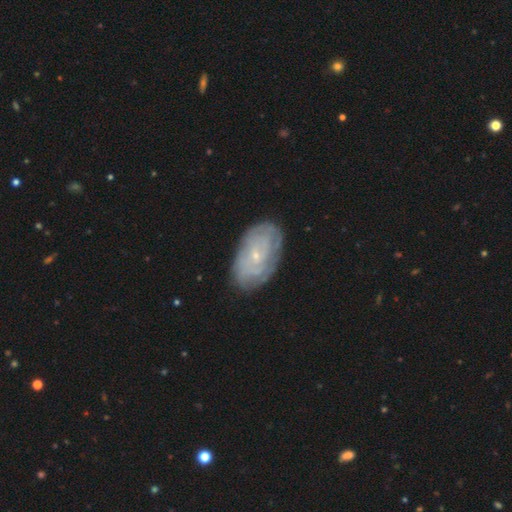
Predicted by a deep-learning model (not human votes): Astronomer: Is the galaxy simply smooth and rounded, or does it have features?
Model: featured or disk — 65%.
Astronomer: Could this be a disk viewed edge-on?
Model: no — 94%.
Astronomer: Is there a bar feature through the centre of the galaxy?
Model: no — 77%.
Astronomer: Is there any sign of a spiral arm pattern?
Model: yes — 77%.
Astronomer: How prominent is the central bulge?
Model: small — 81%.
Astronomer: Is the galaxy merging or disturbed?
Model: none — 80%.